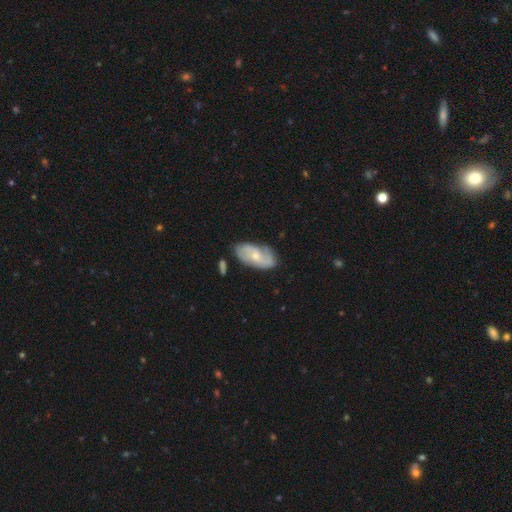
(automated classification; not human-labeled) Smooth or featured: featured or disk — 63% (smooth — 31%)
Edge-on disk: no — 94% (yes — 6%)
Bar: no — 62% (weak — 32%)
Spiral arms: yes — 85% (no — 15%)
Spiral winding: medium — 42% (tight — 33%)
Spiral arm count: 2 — 56% (can't tell — 26%)
Bulge size: small — 55% (moderate — 41%)
Merging: none — 69% (minor disturbance — 22%)